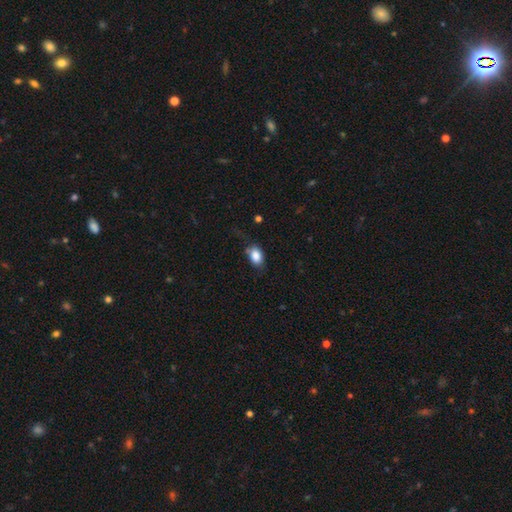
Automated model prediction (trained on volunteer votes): Morphology: type=smooth (86%); roundness=in between (81%); merging=none (60%).